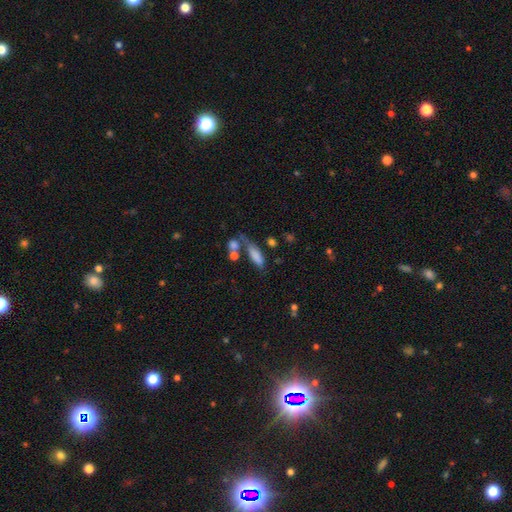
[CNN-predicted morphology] Overall: smooth (78%). How rounded: in between (54%; cigar-shaped 42%). Merging: none (48%; merger 22%).